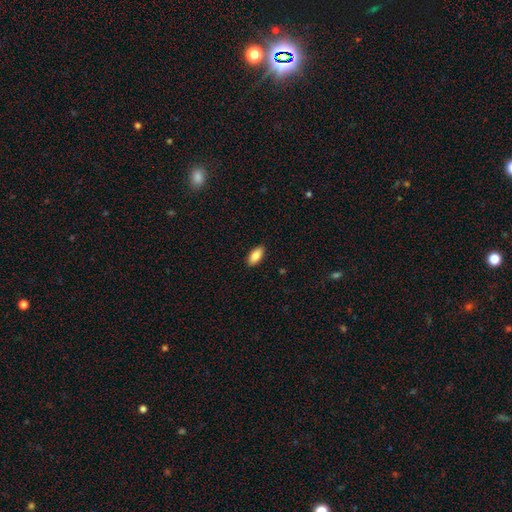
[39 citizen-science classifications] Overall: smooth (79%). How rounded: in between (90%). Merging: none (86%).